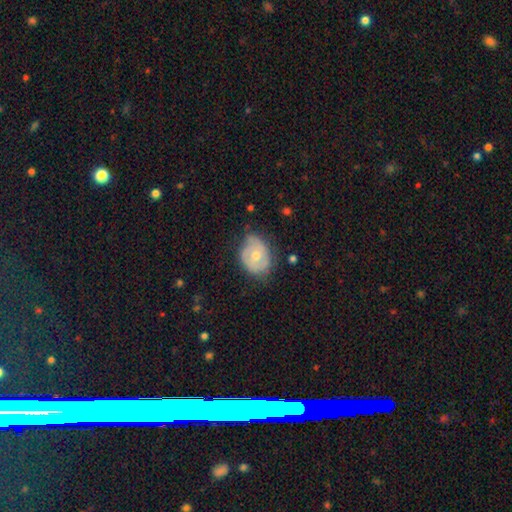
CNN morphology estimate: Smooth or featured: featured or disk — 52% (smooth — 41%)
Edge-on disk: no — 95% (yes — 5%)
Merging: none — 55% (minor disturbance — 34%)